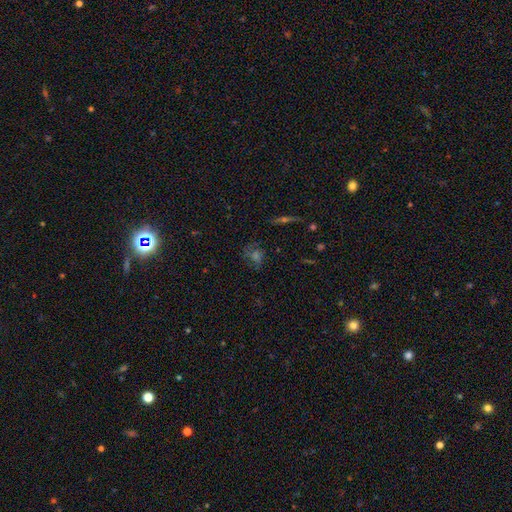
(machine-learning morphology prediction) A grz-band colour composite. It shows a featured or disk galaxy (34%, tied with star or artifact). Merging: none (67%).